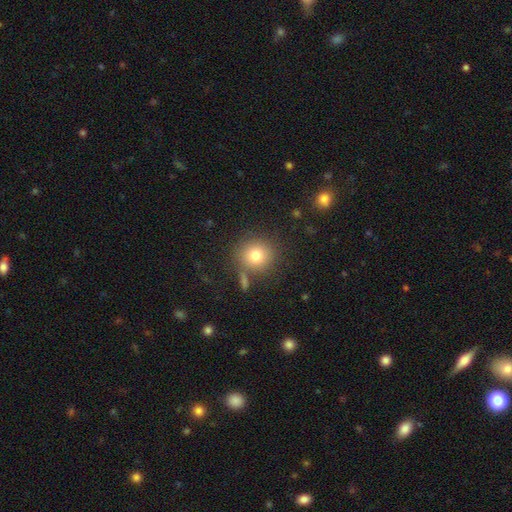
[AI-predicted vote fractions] smooth-or-featured: smooth: 77% | star or artifact: 12% | featured or disk: 10%
  how-rounded: round: 91% | in between: 8% | cigar-shaped: 1%
  merging: none: 78% | minor disturbance: 10% | merger: 7% | major disturbance: 4%